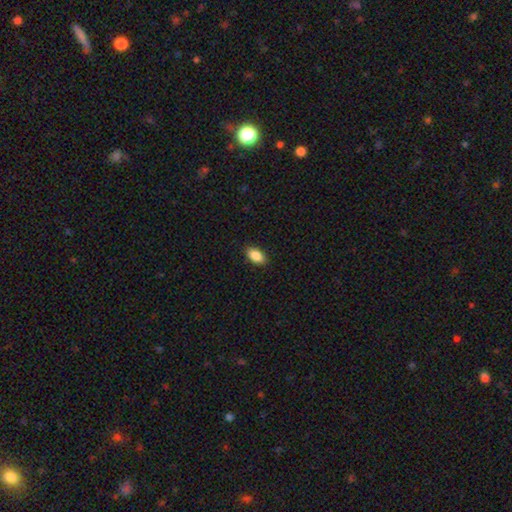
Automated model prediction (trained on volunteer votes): A smooth galaxy with no disk features (88%) that is in between round and cigar-shaped (93%).

Vote fractions:
- Smooth or featured? smooth: 88% / star or artifact: 7% / featured or disk: 5%
- How rounded? in between: 93% / round: 4% / cigar-shaped: 3%
- Merging? none: 90% / minor disturbance: 8% / major disturbance: 2% / merger: 1%